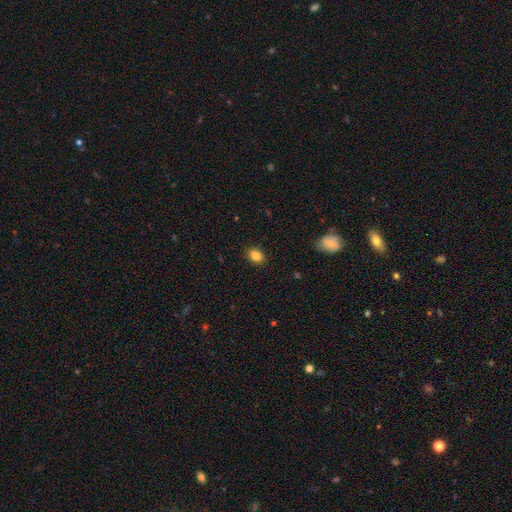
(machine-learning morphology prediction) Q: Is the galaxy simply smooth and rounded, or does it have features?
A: smooth — 85%.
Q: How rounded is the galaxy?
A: in between — 74%.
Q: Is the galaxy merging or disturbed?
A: none — 88%.